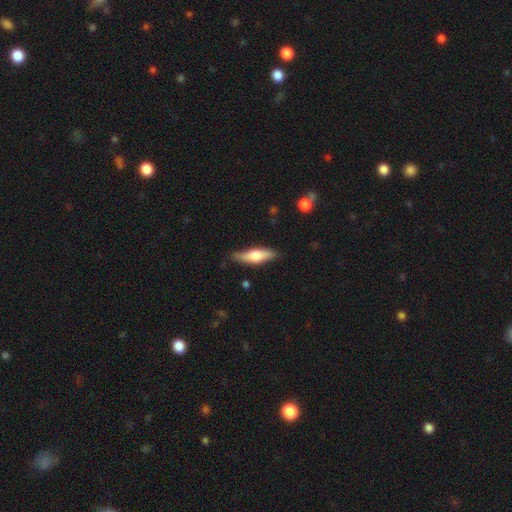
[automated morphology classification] type=smooth (55%); roundness=cigar-shaped (58%); merging=none (82%).